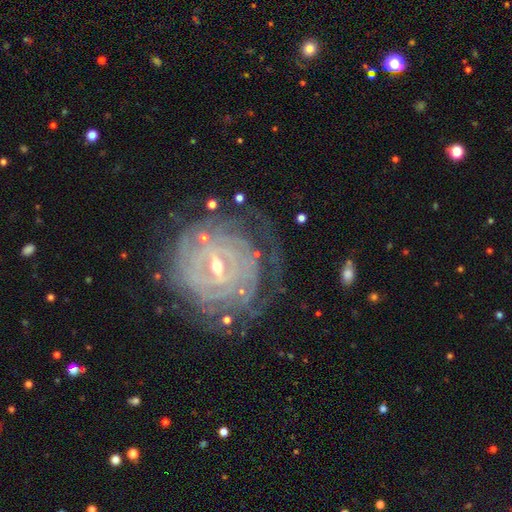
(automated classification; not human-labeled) Smooth or featured? featured or disk (90%)
Edge-on disk? no (96%)
Bar? weak (46%)
Spiral arms? yes (95%)
Spiral winding? tight (83%)
Spiral arm count? can't tell (34%)
Bulge size? small (57%)
Merging? none (71%)